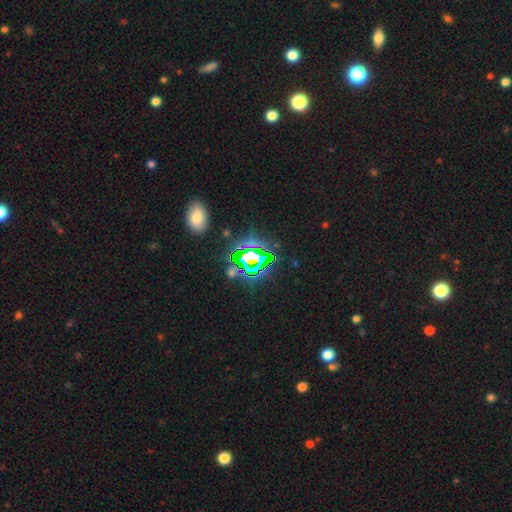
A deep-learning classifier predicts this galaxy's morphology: smooth-or-featured: star or artifact: 73% | smooth: 16% | featured or disk: 11%